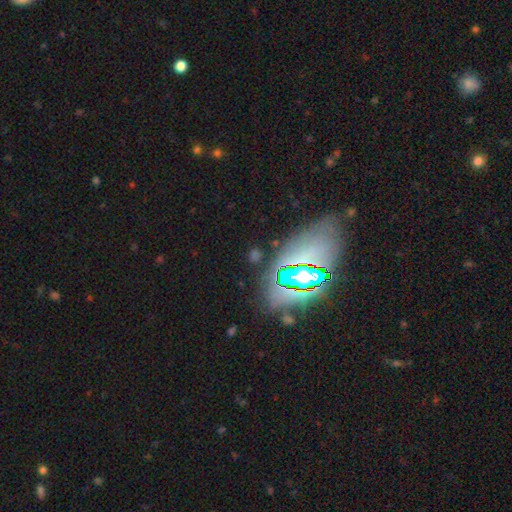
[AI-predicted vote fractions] Smooth or featured? star or artifact (50%)